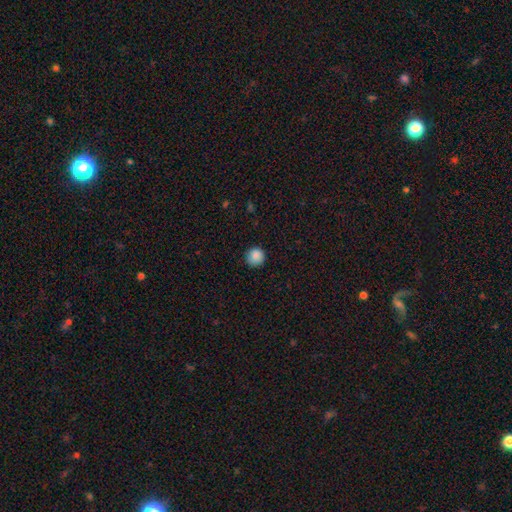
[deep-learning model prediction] Smooth or featured? Predicted: smooth (p=0.88). How rounded? Predicted: round (p=0.95). Merging? Predicted: none (p=0.89).